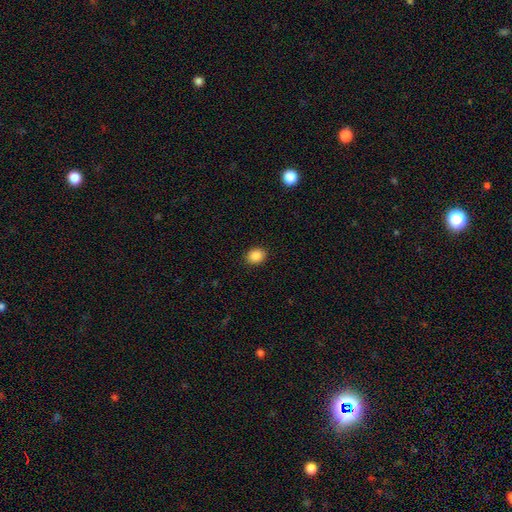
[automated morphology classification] Smooth or featured? smooth (87%)
How rounded? round (50%)
Merging? none (91%)